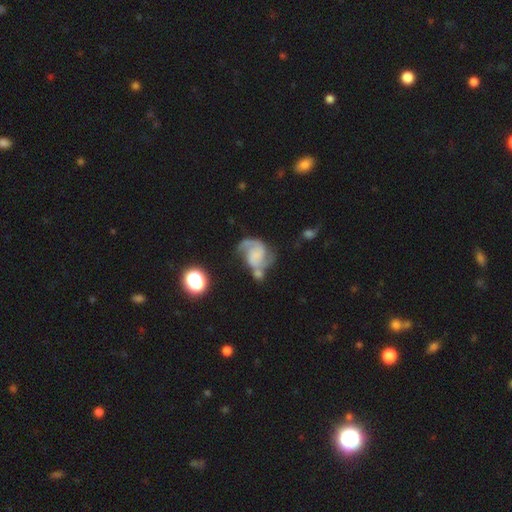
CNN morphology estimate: Smooth or featured? Predicted: featured or disk (p=0.79). Edge-on disk? Predicted: no (p=0.98). Bar? Predicted: no (p=0.59). Spiral arms? Predicted: yes (p=0.95). Spiral winding? Predicted: medium (p=0.48). Spiral arm count? Predicted: 2 (p=0.85). Bulge size? Predicted: none (p=0.57). Merging? Predicted: none (p=0.42).